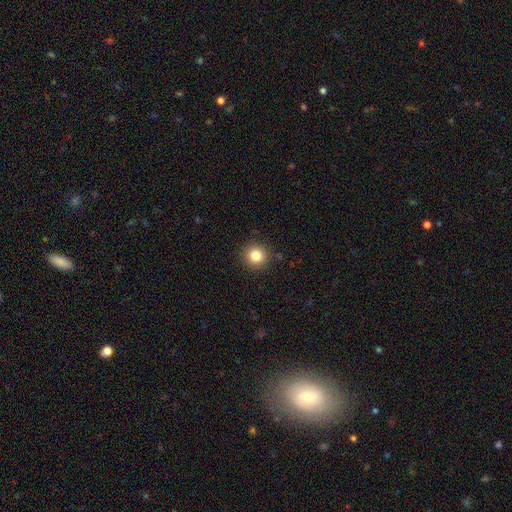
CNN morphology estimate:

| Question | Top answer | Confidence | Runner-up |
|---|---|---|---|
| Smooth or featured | smooth | 83% | star or artifact (11%) |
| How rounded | round | 94% | in between (5%) |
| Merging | none | 90% | minor disturbance (6%) |